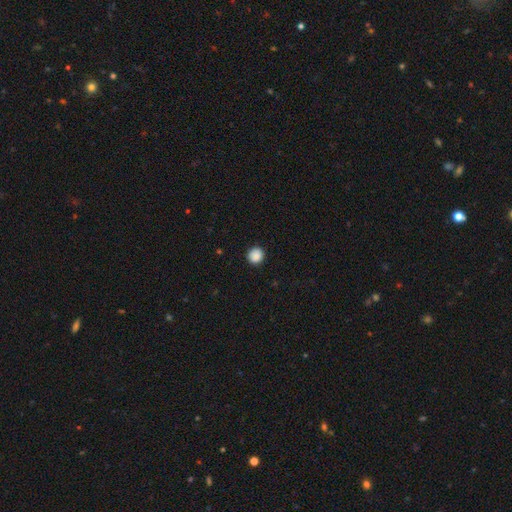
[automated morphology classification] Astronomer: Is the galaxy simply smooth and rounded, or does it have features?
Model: smooth — 89%.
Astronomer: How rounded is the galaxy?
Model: round — 91%.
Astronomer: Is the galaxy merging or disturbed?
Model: none — 91%.